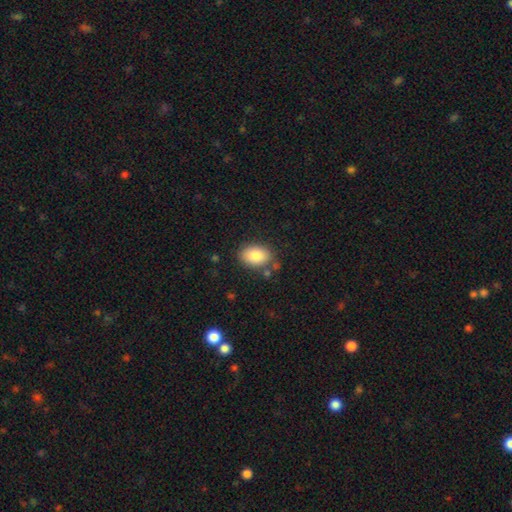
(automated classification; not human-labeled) Q: Smooth or featured?
A: smooth (83%); runner-up: featured or disk (9%)
Q: How rounded?
A: in between (78%); runner-up: round (21%)
Q: Merging?
A: none (79%); runner-up: minor disturbance (13%)